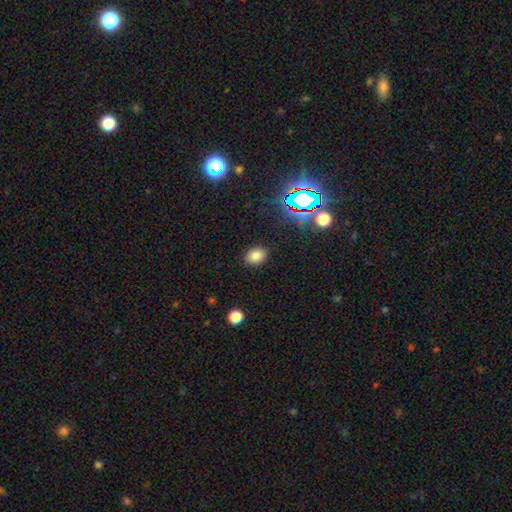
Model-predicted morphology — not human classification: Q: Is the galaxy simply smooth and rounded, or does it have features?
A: smooth — 78%.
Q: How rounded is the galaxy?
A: in between — 54%.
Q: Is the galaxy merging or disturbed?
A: none — 87%.